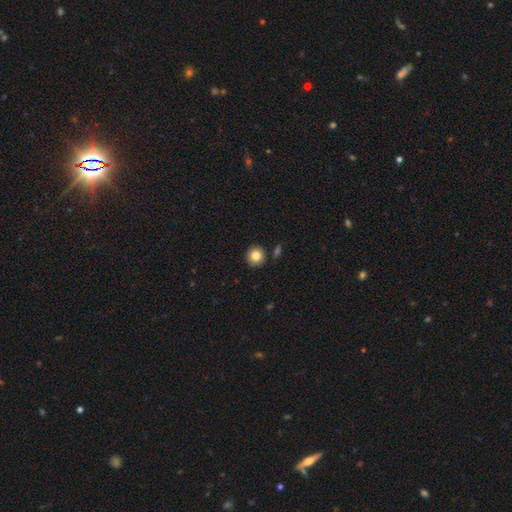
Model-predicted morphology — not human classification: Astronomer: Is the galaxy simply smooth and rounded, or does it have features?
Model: smooth — 84%.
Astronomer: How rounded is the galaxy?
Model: round — 93%.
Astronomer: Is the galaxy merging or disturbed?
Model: none — 88%.